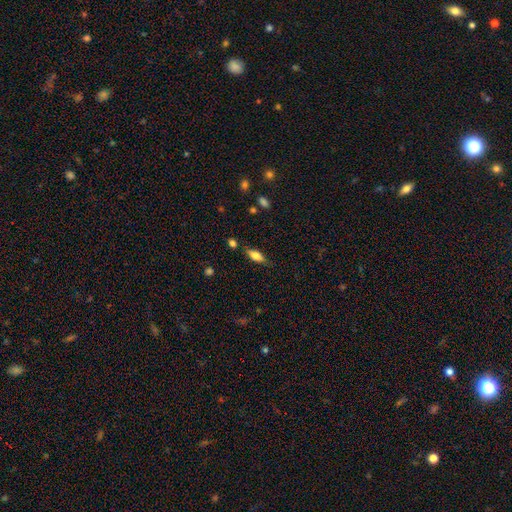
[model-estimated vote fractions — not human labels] Overall: smooth (70%). How rounded: in between (72%). Merging: none (75%).